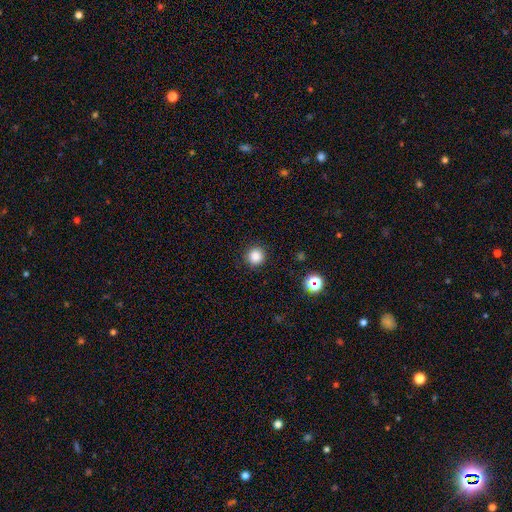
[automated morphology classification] Smooth or featured: smooth — 84% (star or artifact — 13%)
How rounded: round — 94% (in between — 5%)
Merging: none — 90% (minor disturbance — 6%)